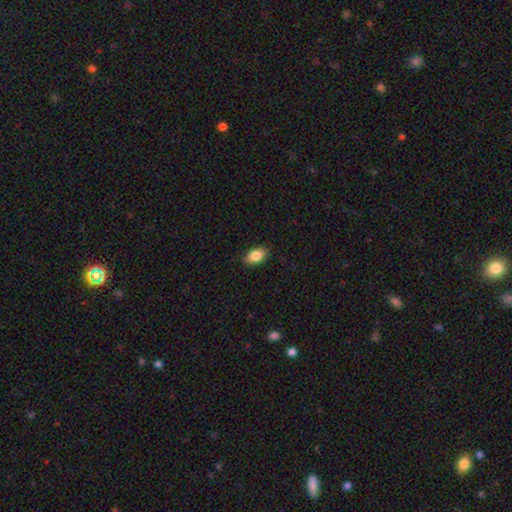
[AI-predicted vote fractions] Smooth or featured? smooth (85%)
How rounded? in between (89%)
Merging? none (87%)